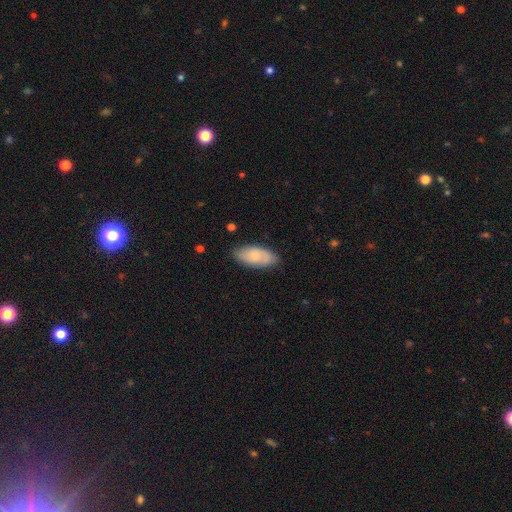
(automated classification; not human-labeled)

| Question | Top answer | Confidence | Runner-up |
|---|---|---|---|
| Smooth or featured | smooth | 69% | featured or disk (25%) |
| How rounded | in between | 91% | cigar-shaped (7%) |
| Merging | none | 80% | minor disturbance (16%) |